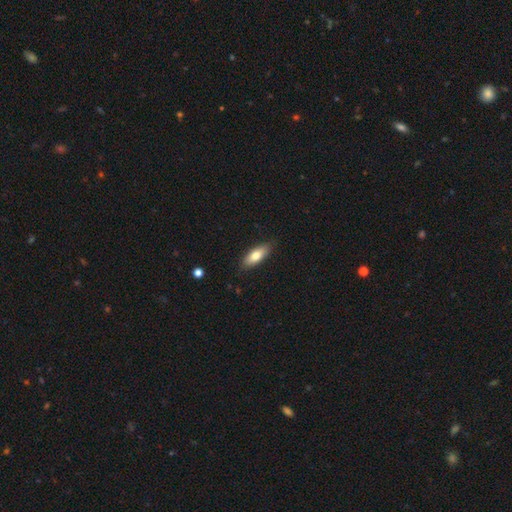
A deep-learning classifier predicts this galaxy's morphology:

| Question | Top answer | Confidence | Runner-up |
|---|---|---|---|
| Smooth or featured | smooth | 74% | featured or disk (20%) |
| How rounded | in between | 74% | cigar-shaped (23%) |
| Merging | none | 86% | minor disturbance (11%) |